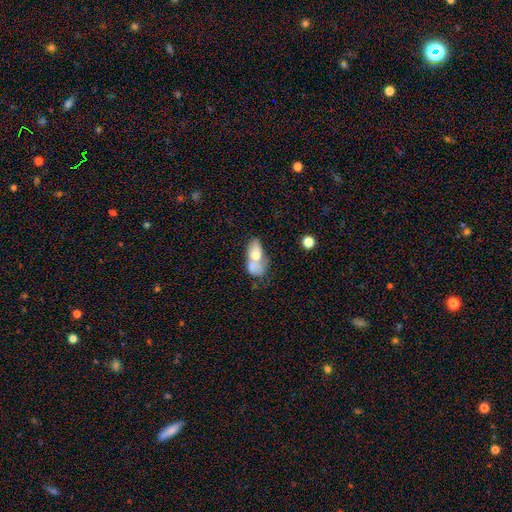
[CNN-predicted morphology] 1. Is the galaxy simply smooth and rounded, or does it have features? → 60% smooth, 32% featured or disk, 8% star or artifact.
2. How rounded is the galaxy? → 86% in between, 10% round, 4% cigar-shaped.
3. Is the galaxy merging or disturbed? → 56% merger, 19% none, 13% minor disturbance, 12% major disturbance.